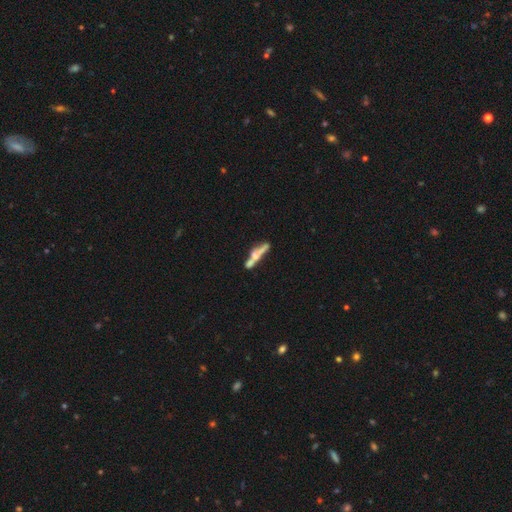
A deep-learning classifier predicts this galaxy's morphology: Overall: featured or disk (52%; smooth 39%). Edge-on disk: yes (64%; no 36%). Merging: merger (40%; none 34%).